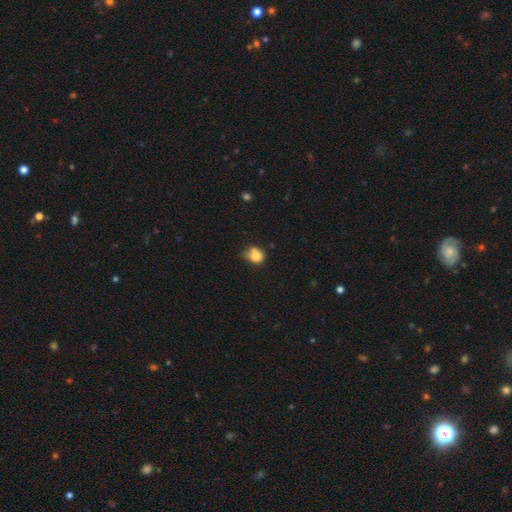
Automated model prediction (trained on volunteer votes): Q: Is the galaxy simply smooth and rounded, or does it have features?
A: smooth — 79%.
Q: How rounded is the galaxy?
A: round — 65%.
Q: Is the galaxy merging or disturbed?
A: none — 41%.